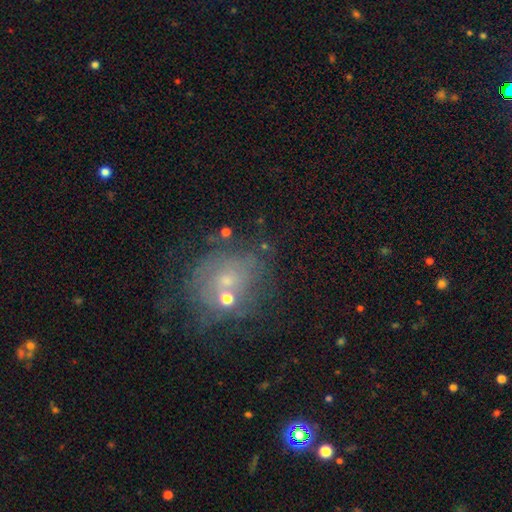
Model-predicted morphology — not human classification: Smooth or featured? featured or disk (37%)
Merging? none (62%)